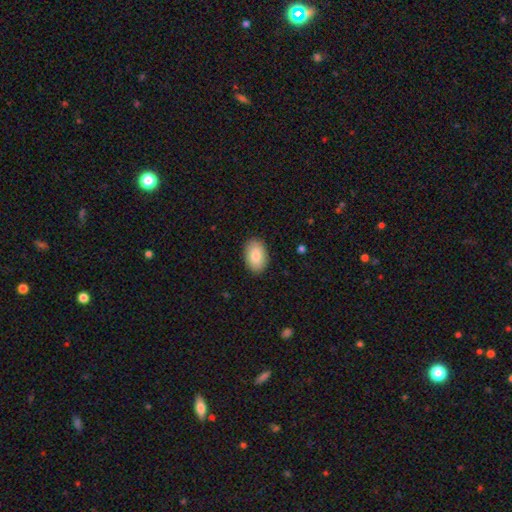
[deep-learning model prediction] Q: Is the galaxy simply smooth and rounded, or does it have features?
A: smooth — 86%.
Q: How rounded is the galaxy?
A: in between — 92%.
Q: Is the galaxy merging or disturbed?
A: none — 89%.